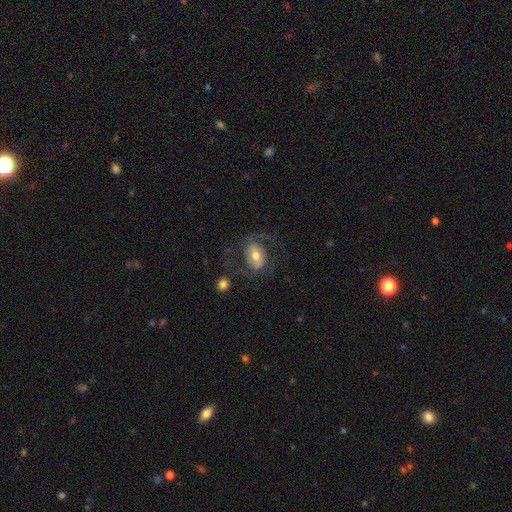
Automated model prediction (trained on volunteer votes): A featured or disk galaxy (50%).

Vote fractions:
- Smooth or featured? featured or disk: 50% / smooth: 42% / star or artifact: 7%
- Edge-on disk? no: 94% / yes: 6%
- Merging? none: 56% / major disturbance: 23% / minor disturbance: 17% / merger: 3%